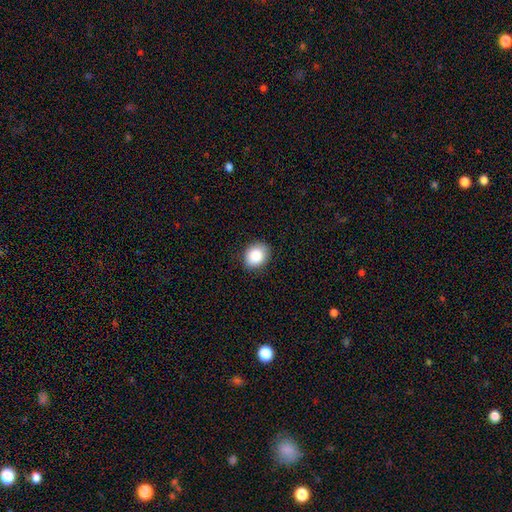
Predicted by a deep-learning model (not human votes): Smooth or featured? smooth (87%)
How rounded? round (56%)
Merging? none (87%)